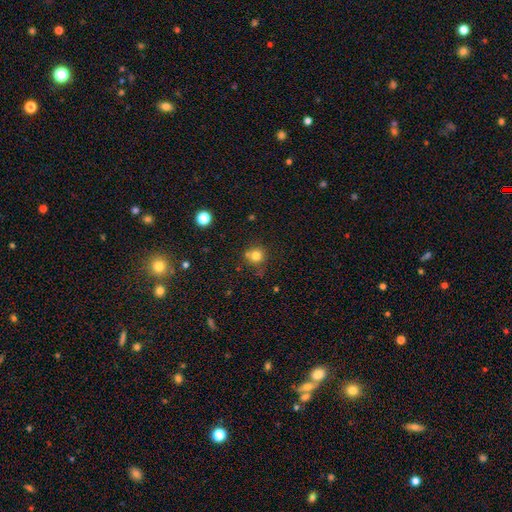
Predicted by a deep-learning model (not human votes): Smooth or featured: smooth — 79% (star or artifact — 13%)
How rounded: round — 91% (in between — 8%)
Merging: none — 68% (merger — 15%)